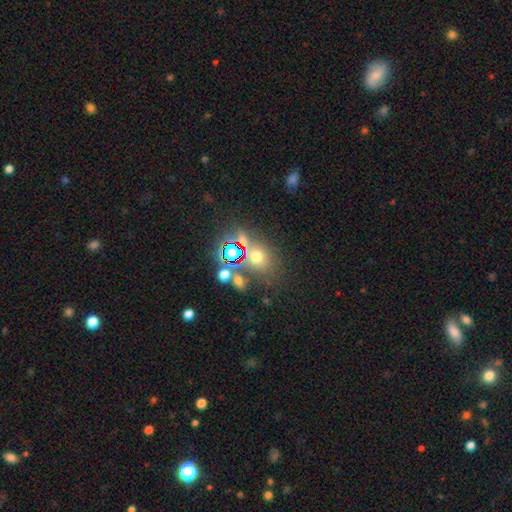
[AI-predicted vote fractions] Q: Smooth or featured?
A: smooth (57%); runner-up: star or artifact (32%)
Q: How rounded?
A: round (59%); runner-up: in between (39%)
Q: Merging?
A: none (62%); runner-up: merger (18%)